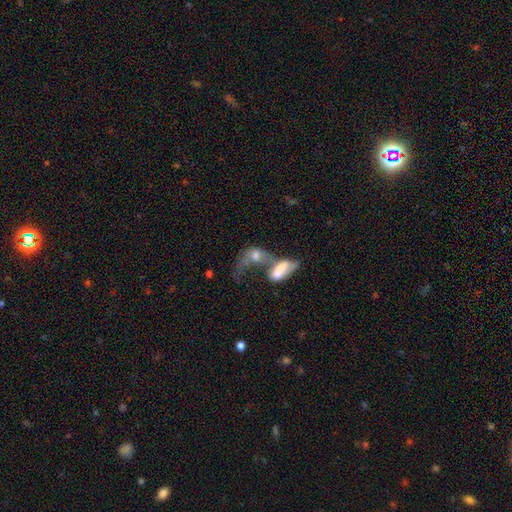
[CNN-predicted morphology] Smooth or featured?
  - smooth: 53% *
  - featured or disk: 37%
  - star or artifact: 10%
How rounded?
  - in between: 81% *
  - round: 11%
  - cigar-shaped: 8%
Merging?
  - merger: 66% *
  - major disturbance: 22%
  - none: 7%
  - minor disturbance: 5%